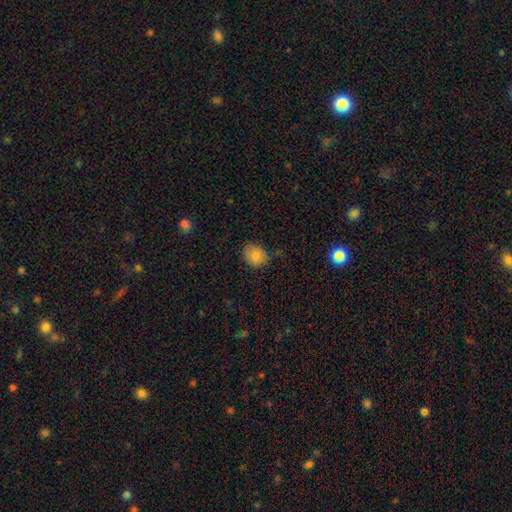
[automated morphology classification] smooth_or_featured: smooth (p=0.81) [alt: featured or disk p=0.10]
how_rounded: round (p=0.66) [alt: in between p=0.33]
merging: none (p=0.81) [alt: minor disturbance p=0.15]